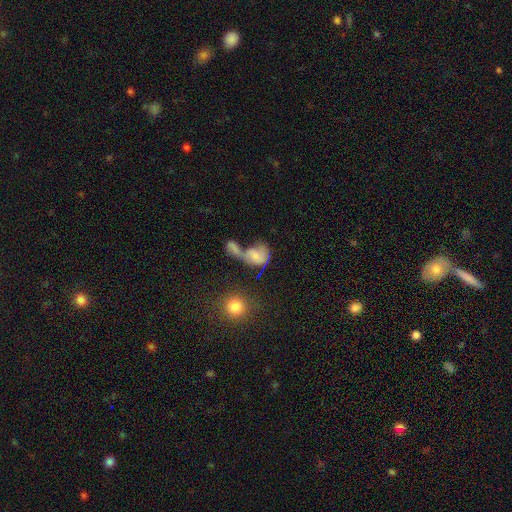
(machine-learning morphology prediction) Smooth or featured? Predicted: smooth (p=0.56). How rounded? Predicted: in between (p=0.55). Merging? Predicted: merger (p=0.51).